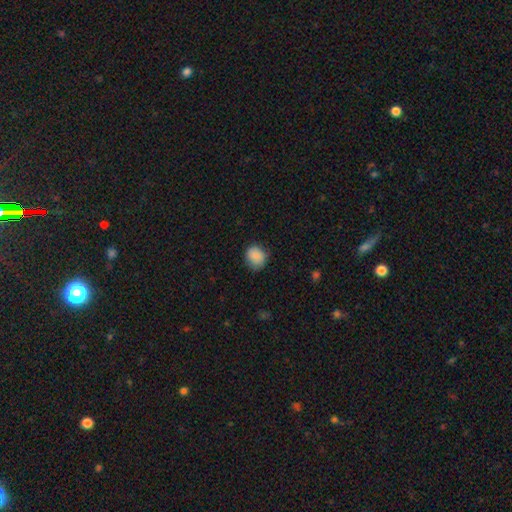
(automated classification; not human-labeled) Smooth or featured? smooth (86%)
How rounded? round (78%)
Merging? none (75%)